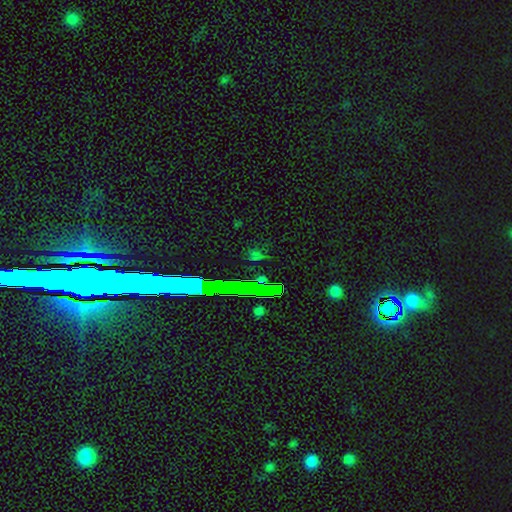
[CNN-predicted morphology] A star or artifact, not a galaxy (56%).